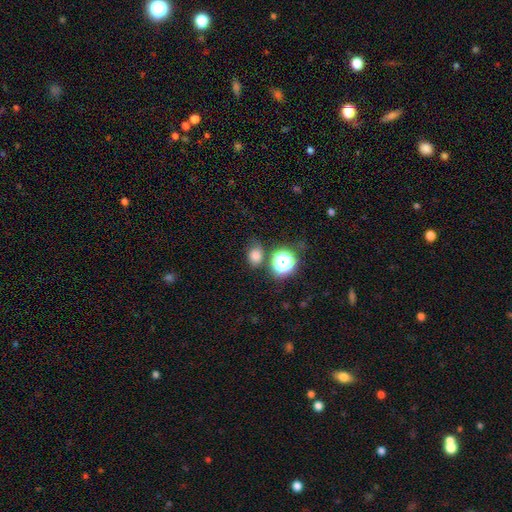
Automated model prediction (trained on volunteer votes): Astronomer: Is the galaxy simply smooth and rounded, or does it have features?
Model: smooth — 74%.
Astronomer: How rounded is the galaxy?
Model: in between — 50% (runner-up: round, 49%).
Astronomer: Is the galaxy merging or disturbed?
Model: none — 68%.